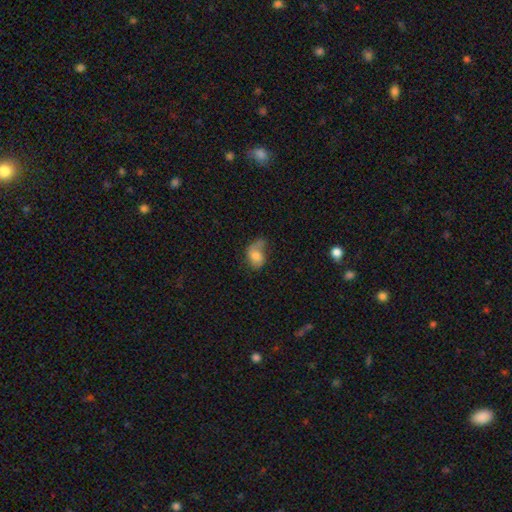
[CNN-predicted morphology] Smooth or featured? smooth (70%)
How rounded? in between (75%)
Merging? none (33%)